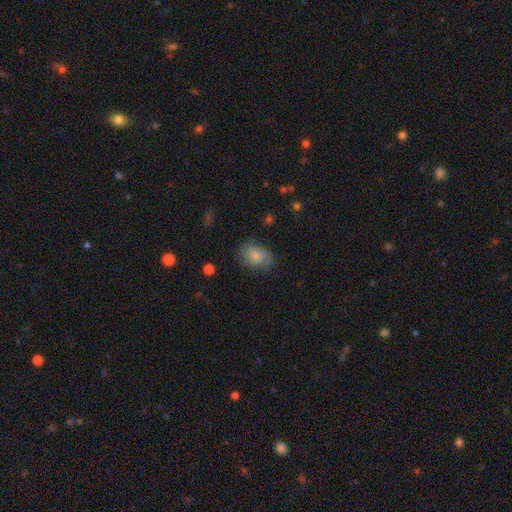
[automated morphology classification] Smooth or featured: smooth — 80% (featured or disk — 12%)
How rounded: in between — 69% (round — 30%)
Merging: none — 65% (minor disturbance — 25%)